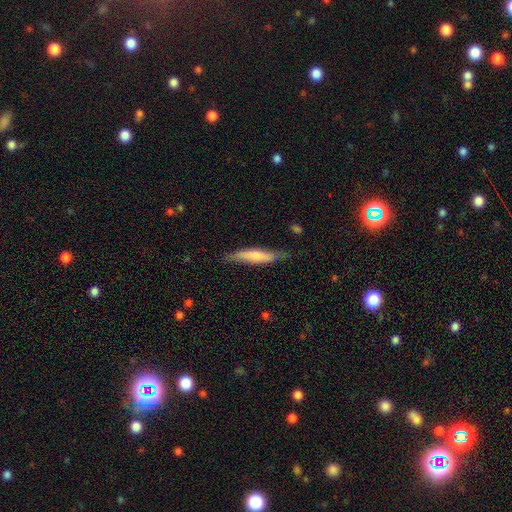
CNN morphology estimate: Smooth or featured: smooth — 63% (featured or disk — 32%)
How rounded: cigar-shaped — 85% (in between — 13%)
Merging: none — 73% (minor disturbance — 21%)